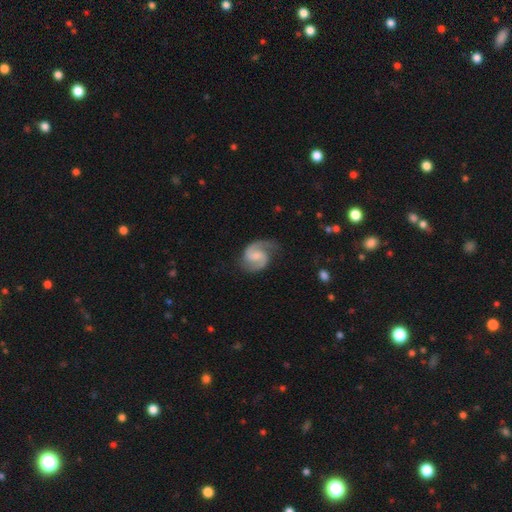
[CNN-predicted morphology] Smooth or featured: featured or disk — 90% (smooth — 6%)
Edge-on disk: no — 98% (yes — 2%)
Bar: weak — 47% (no — 42%)
Spiral arms: yes — 98% (no — 2%)
Spiral winding: medium — 60% (tight — 22%)
Spiral arm count: 2 — 93% (1 — 2%)
Bulge size: small — 36% (none — 30%)
Merging: none — 76% (minor disturbance — 17%)